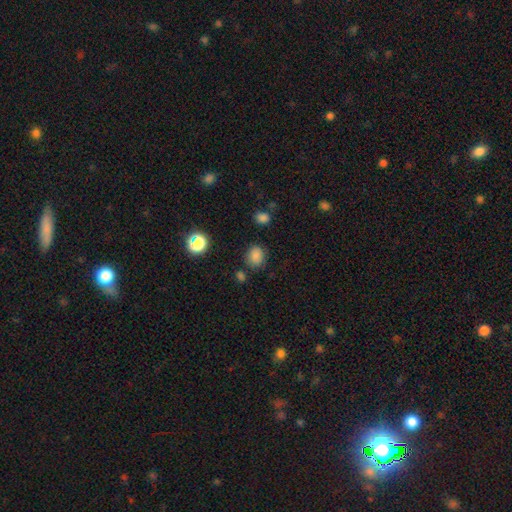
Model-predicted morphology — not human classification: Smooth or featured? smooth (82%)
How rounded? round (65%)
Merging? none (78%)